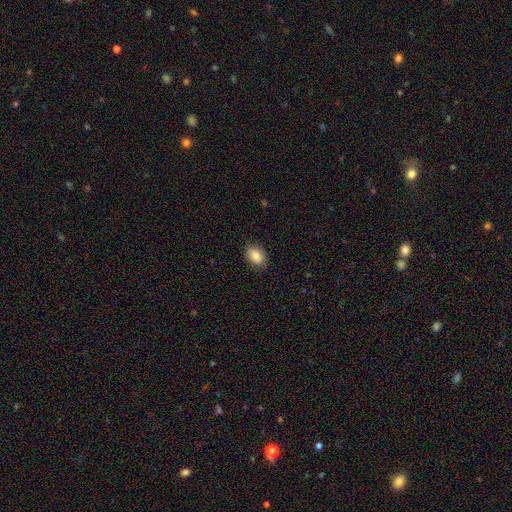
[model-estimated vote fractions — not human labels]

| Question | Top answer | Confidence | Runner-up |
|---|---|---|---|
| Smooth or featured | smooth | 83% | featured or disk (9%) |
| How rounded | in between | 79% | round (19%) |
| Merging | none | 85% | minor disturbance (11%) |